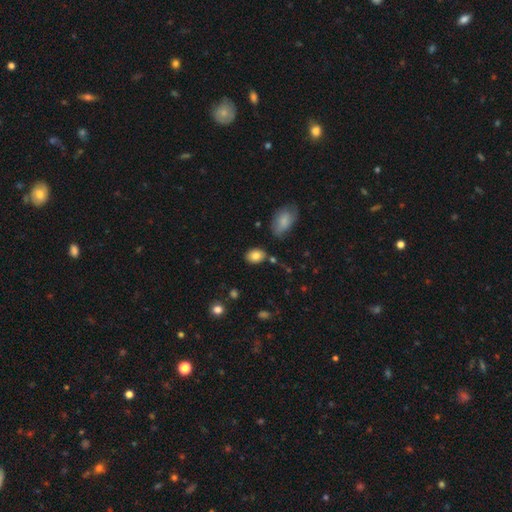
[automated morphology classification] This is clearly a smooth galaxy (82%). How rounded: likely in between (75%). Merging: likely none (80%).